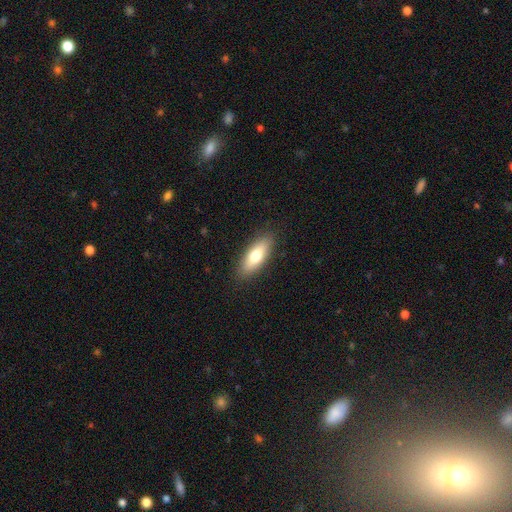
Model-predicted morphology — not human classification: Overall: smooth (72%). How rounded: in between (66%; cigar-shaped 31%). Merging: none (89%).